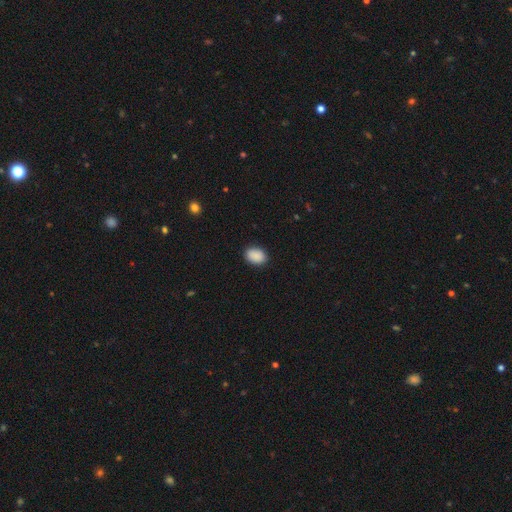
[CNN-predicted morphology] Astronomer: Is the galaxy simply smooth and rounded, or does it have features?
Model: smooth — 91%.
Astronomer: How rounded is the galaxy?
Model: in between — 79%.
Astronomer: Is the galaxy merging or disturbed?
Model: none — 89%.